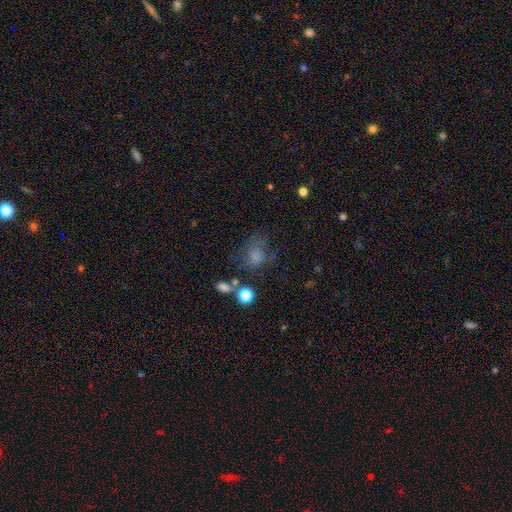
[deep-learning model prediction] The model was most divided on "how rounded": round: 50%, in between: 49%, cigar-shaped: 1%. Remaining: smooth or featured — smooth (70%); merging — none (47%).